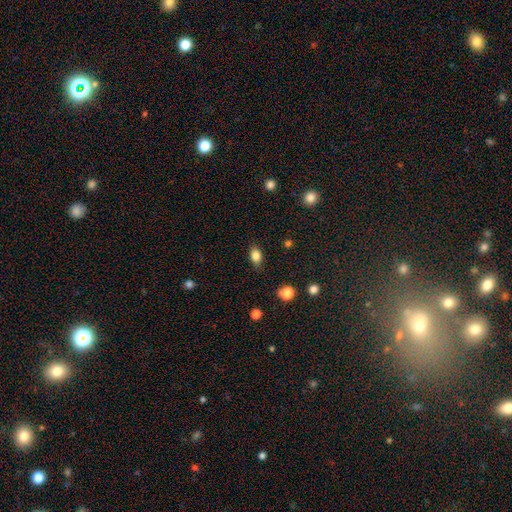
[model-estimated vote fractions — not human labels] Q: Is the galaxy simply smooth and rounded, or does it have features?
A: smooth — 84%.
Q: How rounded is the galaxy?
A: in between — 80%.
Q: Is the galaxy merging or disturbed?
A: none — 80%.